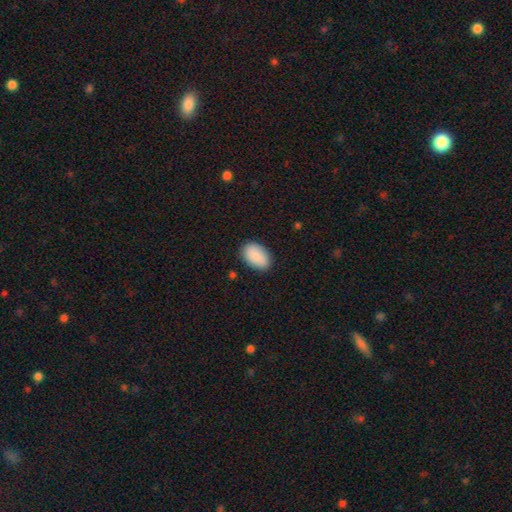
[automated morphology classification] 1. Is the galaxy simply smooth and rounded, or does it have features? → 90% smooth, 6% star or artifact, 4% featured or disk.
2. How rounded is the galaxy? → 92% in between, 6% round, 1% cigar-shaped.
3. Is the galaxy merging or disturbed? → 85% none, 11% minor disturbance, 2% major disturbance, 1% merger.